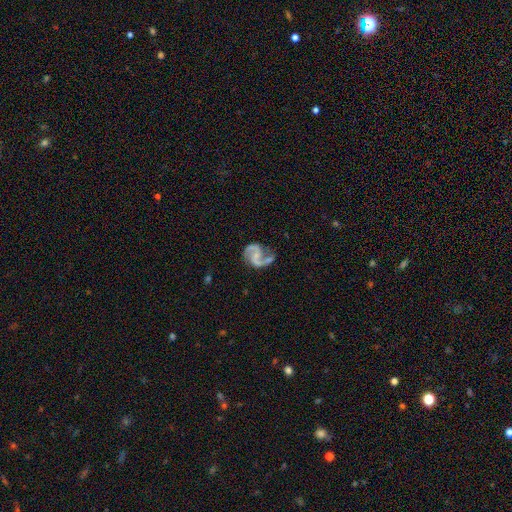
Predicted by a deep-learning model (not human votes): Smooth or featured: featured or disk — 90% (smooth — 5%)
Edge-on disk: no — 98% (yes — 2%)
Bar: no — 50% (weak — 37%)
Spiral arms: yes — 97% (no — 3%)
Spiral winding: medium — 52% (loose — 37%)
Spiral arm count: 2 — 92% (1 — 2%)
Bulge size: small — 51% (none — 32%)
Merging: none — 66% (minor disturbance — 19%)